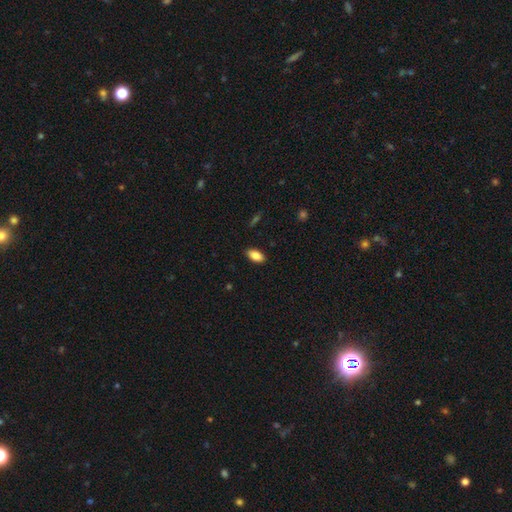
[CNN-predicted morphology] This is clearly a smooth galaxy (87%). How rounded: clearly in between (92%). Merging: clearly none (88%).